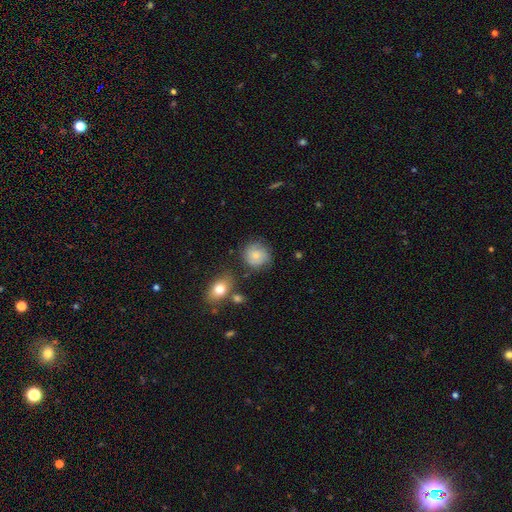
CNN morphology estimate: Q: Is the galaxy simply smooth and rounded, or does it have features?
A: smooth — 67%.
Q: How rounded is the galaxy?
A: round — 84%.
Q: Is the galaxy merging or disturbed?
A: none — 72%.